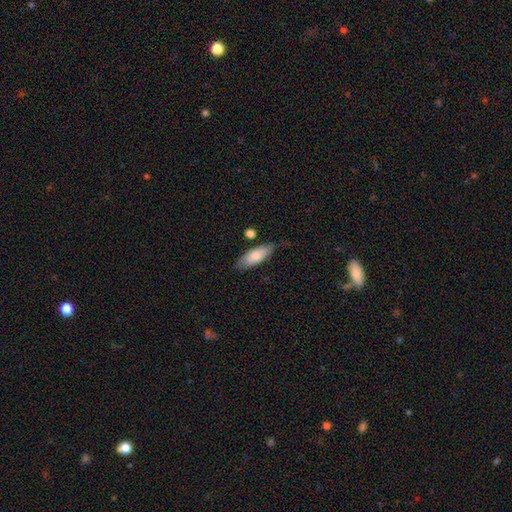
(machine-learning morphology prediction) Overall: smooth (79%). How rounded: in between (71%). Merging: none (73%).